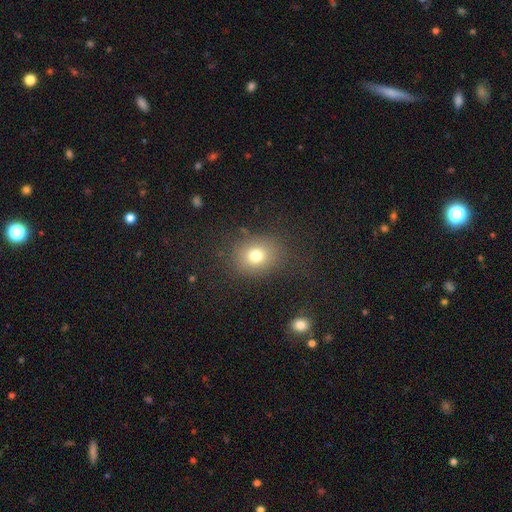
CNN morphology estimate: A smooth galaxy with no disk features (74%) that is round (59%). Merging: none (80%).